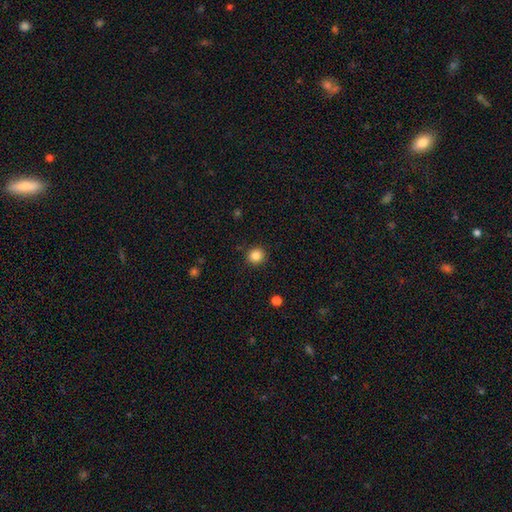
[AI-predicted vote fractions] The model was most divided on "smooth or featured": smooth: 85%, star or artifact: 11%, featured or disk: 4%. More confident: how rounded — round (91%); merging — none (91%).